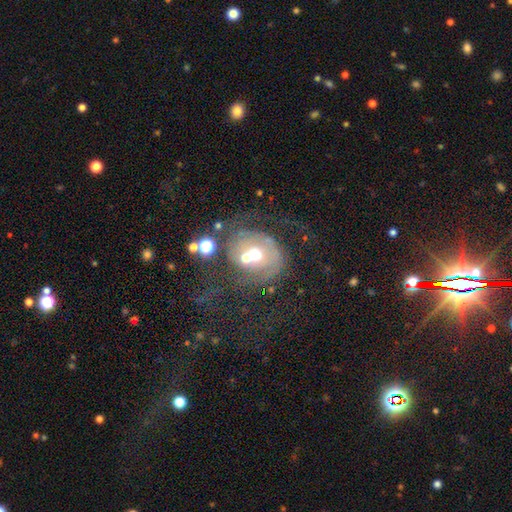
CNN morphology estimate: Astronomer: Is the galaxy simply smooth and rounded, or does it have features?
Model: featured or disk — 56%.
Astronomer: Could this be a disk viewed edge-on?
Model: no — 97%.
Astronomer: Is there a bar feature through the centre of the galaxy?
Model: no — 82%.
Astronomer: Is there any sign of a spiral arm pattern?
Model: yes — 53% (runner-up: no, 47%).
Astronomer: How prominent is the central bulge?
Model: moderate — 68%.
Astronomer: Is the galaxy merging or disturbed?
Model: none — 32% (runner-up: merger, 29%).